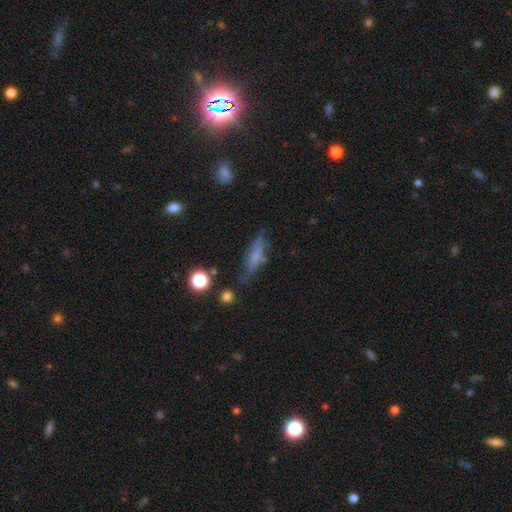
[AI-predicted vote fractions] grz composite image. It shows a smooth galaxy with no disk features (59%) that is cigar-shaped (60%). Merging: none (61%).